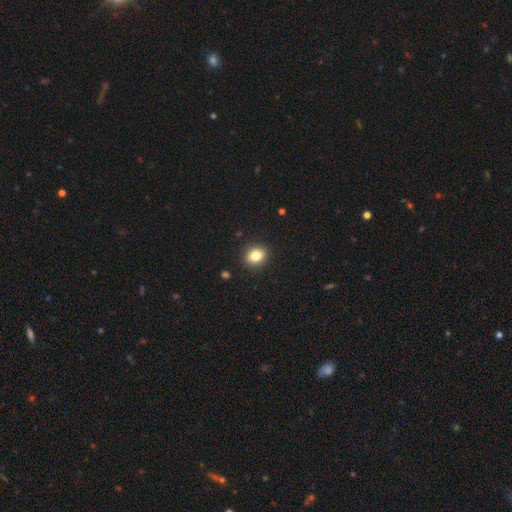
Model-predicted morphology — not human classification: This is clearly a smooth galaxy (83%). How rounded: possibly round (58%). Merging: clearly none (91%).